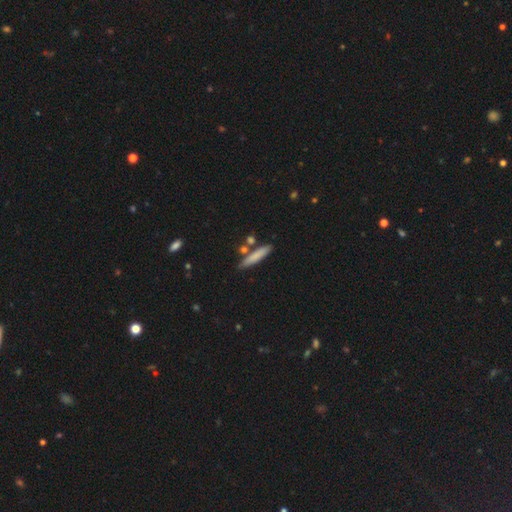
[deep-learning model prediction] This is likely a smooth galaxy (77%). How rounded: clearly cigar-shaped (86%). Merging: likely none (76%).